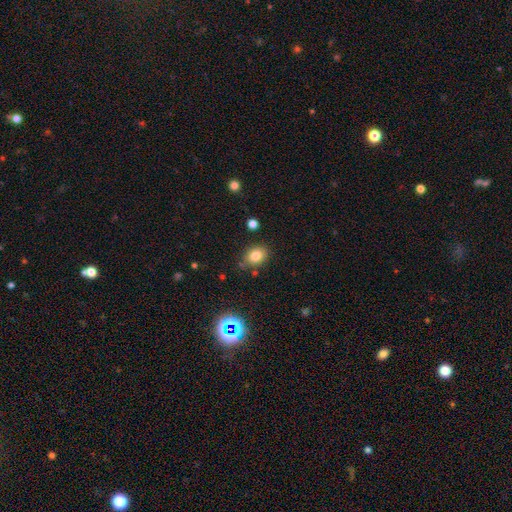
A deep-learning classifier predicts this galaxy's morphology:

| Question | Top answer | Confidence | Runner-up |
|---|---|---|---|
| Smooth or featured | smooth | 79% | star or artifact (13%) |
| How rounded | in between | 55% | round (44%) |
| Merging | none | 80% | minor disturbance (13%) |